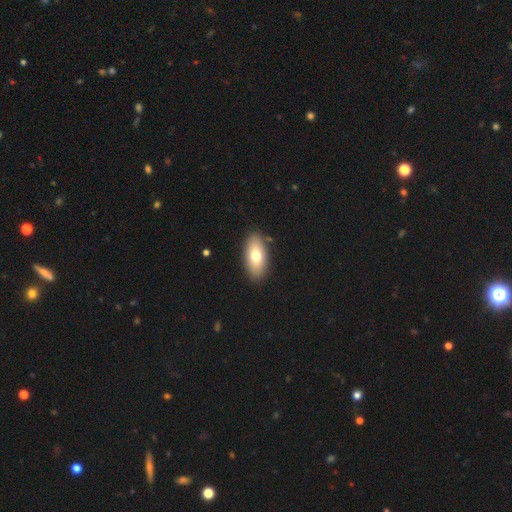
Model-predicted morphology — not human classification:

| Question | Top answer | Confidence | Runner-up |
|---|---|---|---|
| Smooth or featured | smooth | 73% | featured or disk (20%) |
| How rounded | in between | 89% | cigar-shaped (7%) |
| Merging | none | 87% | minor disturbance (9%) |